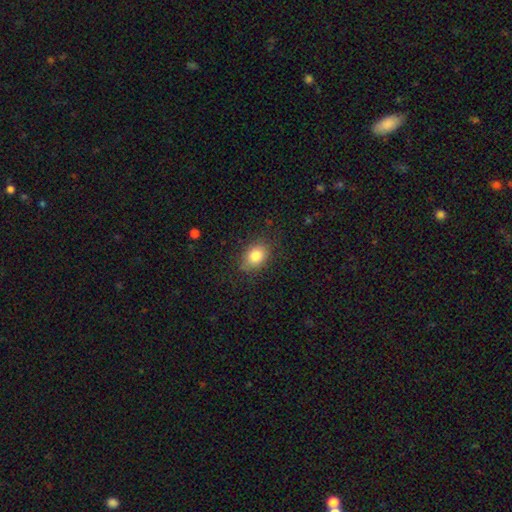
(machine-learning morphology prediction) type=smooth (83%); roundness=in between (71%); merging=none (78%).